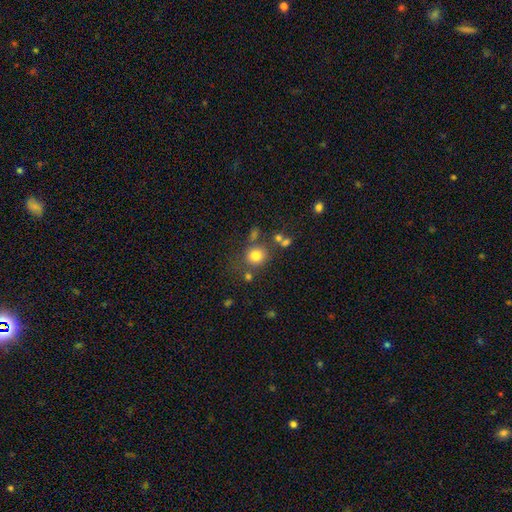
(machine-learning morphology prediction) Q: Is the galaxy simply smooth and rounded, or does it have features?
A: smooth — 78%.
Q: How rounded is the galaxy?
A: round — 86%.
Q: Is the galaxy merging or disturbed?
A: none — 70%.